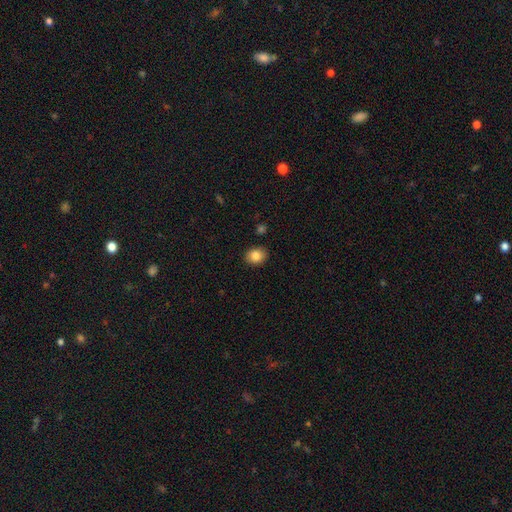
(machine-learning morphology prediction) A smooth galaxy with no disk features (85%) that is in between round and cigar-shaped (55%). Merging: none (88%).